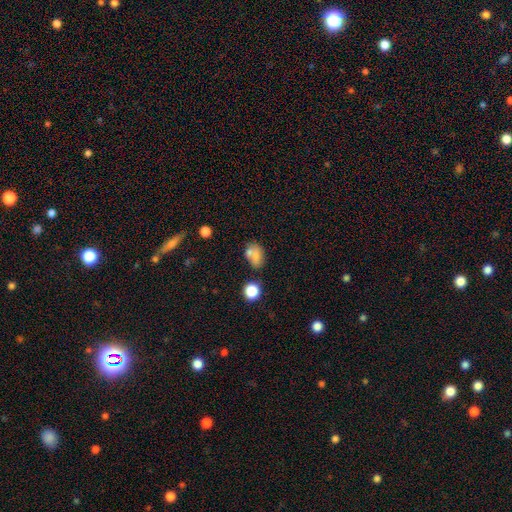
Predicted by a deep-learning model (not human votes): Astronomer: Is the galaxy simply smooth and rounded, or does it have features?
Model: smooth — 73%.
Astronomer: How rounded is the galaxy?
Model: in between — 70%.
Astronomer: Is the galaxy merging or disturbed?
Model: none — 47% (runner-up: merger, 28%).